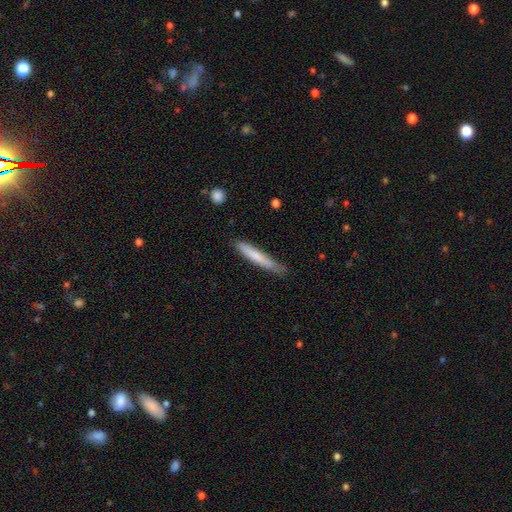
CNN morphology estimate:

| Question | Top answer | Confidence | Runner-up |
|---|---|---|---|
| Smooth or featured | smooth | 70% | featured or disk (24%) |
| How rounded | cigar-shaped | 95% | in between (4%) |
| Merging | none | 74% | minor disturbance (21%) |